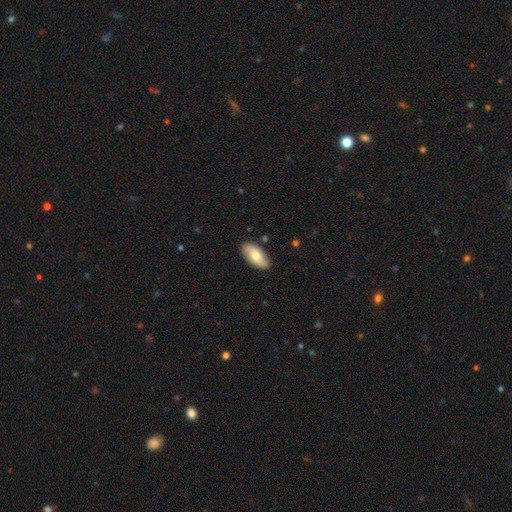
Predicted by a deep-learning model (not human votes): This is likely a smooth galaxy (63%). How rounded: clearly in between (91%). Merging: clearly none (85%).